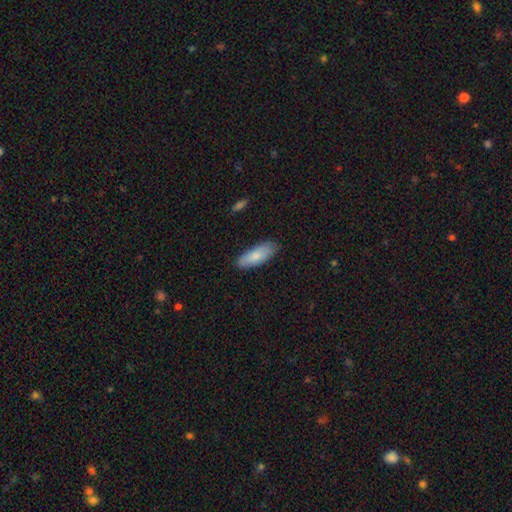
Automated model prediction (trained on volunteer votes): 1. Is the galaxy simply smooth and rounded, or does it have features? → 81% smooth, 13% featured or disk, 6% star or artifact.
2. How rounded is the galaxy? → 72% in between, 26% cigar-shaped, 2% round.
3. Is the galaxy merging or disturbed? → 84% none, 13% minor disturbance, 2% major disturbance, 1% merger.